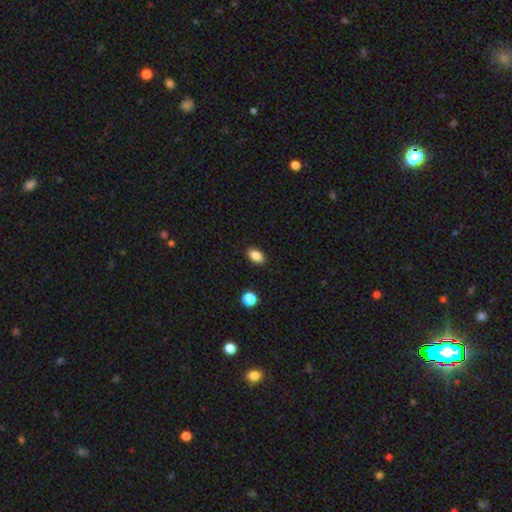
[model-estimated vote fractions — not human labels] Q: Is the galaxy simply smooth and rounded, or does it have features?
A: smooth — 85%.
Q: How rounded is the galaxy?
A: in between — 89%.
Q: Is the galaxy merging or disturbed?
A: none — 89%.